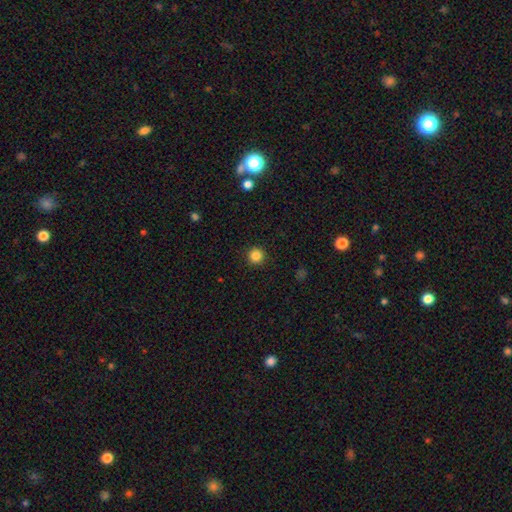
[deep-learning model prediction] Overall: smooth (85%). How rounded: round (96%). Merging: none (93%).